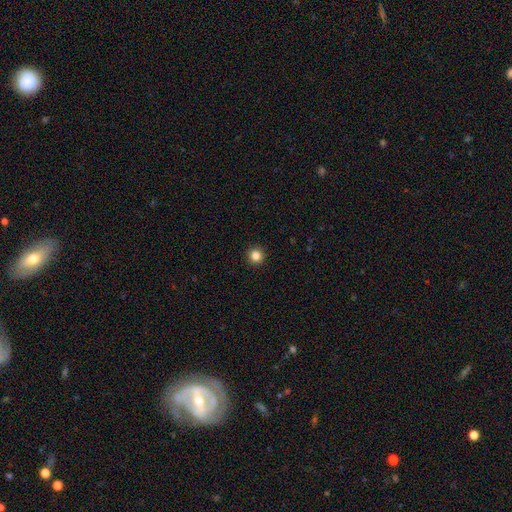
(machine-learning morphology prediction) This is clearly a smooth galaxy (85%). How rounded: clearly round (96%). Merging: clearly none (94%).